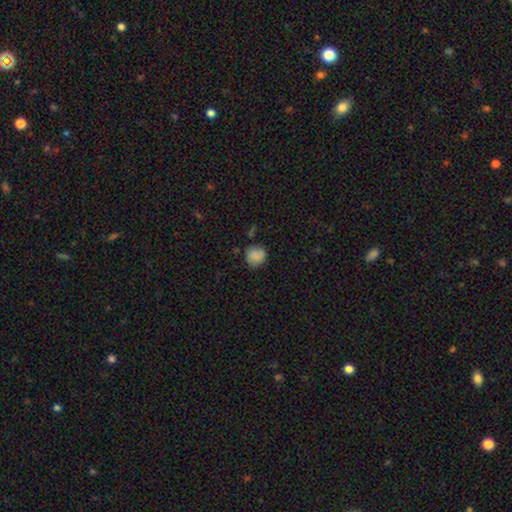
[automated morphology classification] Smooth or featured? smooth (81%)
How rounded? round (84%)
Merging? none (71%)